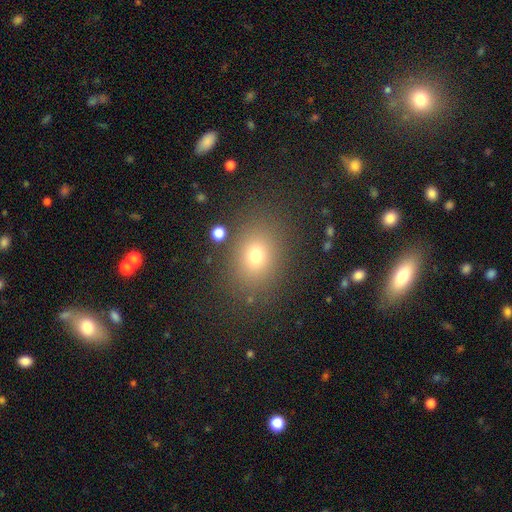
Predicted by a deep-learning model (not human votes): smooth 70%, star or artifact 20%, featured or disk 10%. Down the decision tree: how rounded — in between (53%); merging — none (86%).